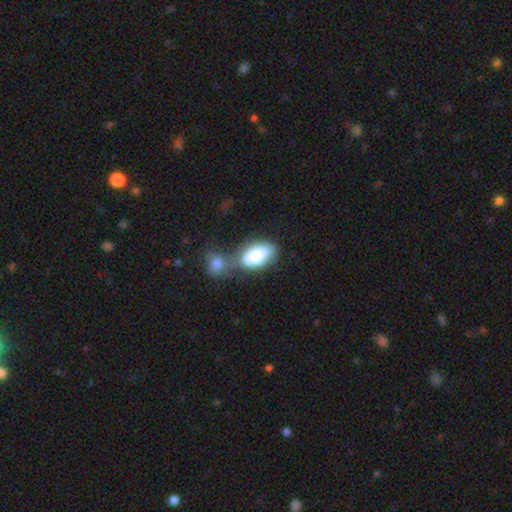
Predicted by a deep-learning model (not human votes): Q: Smooth or featured?
A: smooth (80%); runner-up: featured or disk (14%)
Q: How rounded?
A: in between (93%); runner-up: round (4%)
Q: Merging?
A: merger (49%); runner-up: none (25%)